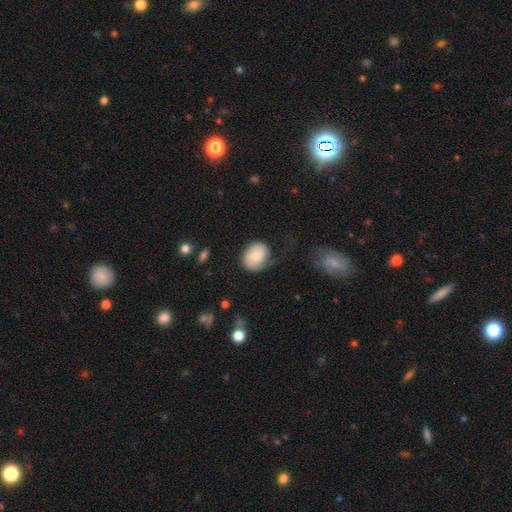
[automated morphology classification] Q: Smooth or featured?
A: smooth (65%); runner-up: featured or disk (28%)
Q: How rounded?
A: in between (58%); runner-up: round (41%)
Q: Merging?
A: none (47%); runner-up: minor disturbance (29%)